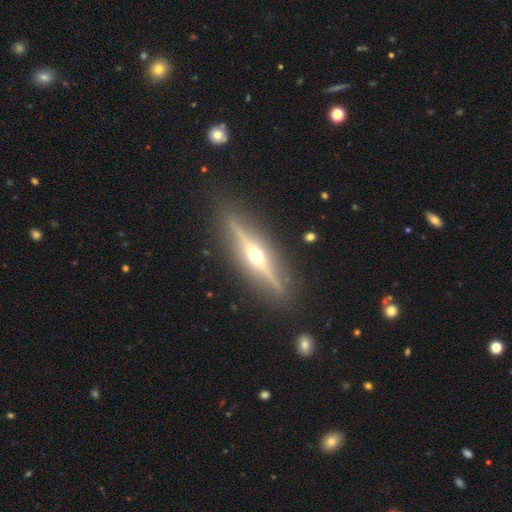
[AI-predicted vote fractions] A featured or disk galaxy (80%) viewed edge-on (96%) with a rounded central bulge (95%).

Vote fractions:
- Smooth or featured? featured or disk: 80% / smooth: 14% / star or artifact: 6%
- Edge-on disk? yes: 96% / no: 4%
- Edge-on bulge? rounded: 95% / none: 2% / boxy: 2%
- Merging? none: 88% / minor disturbance: 8% / major disturbance: 2% / merger: 1%